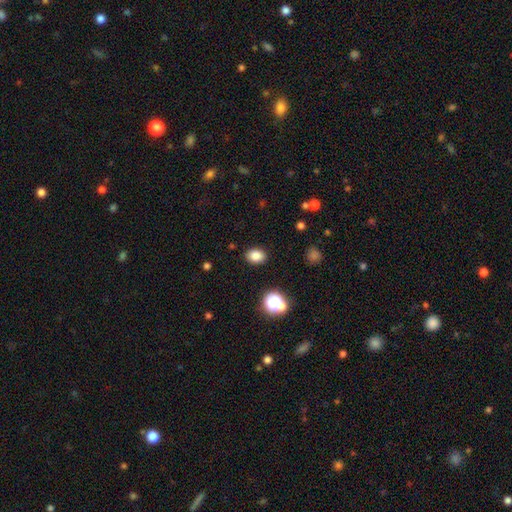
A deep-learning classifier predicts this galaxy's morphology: smooth 82%, star or artifact 13%, featured or disk 5%. Down the decision tree: how rounded — in between (71%); merging — none (88%).